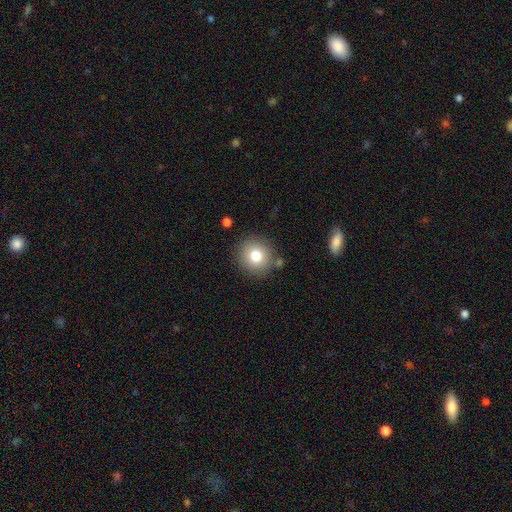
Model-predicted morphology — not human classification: A smooth galaxy with no disk features (78%) that is round (92%).

Vote fractions:
- Smooth or featured? smooth: 78% / star or artifact: 11% / featured or disk: 11%
- How rounded? round: 92% / in between: 7% / cigar-shaped: 1%
- Merging? none: 85% / minor disturbance: 9% / merger: 4% / major disturbance: 3%